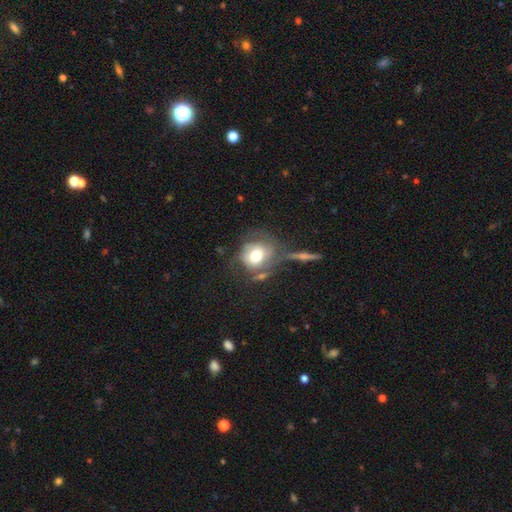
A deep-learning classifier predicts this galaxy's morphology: smooth_or_featured: smooth (p=0.54) [alt: featured or disk p=0.37]
how_rounded: round (p=0.75) [alt: in between p=0.23]
merging: none (p=0.43) [alt: minor disturbance p=0.21]